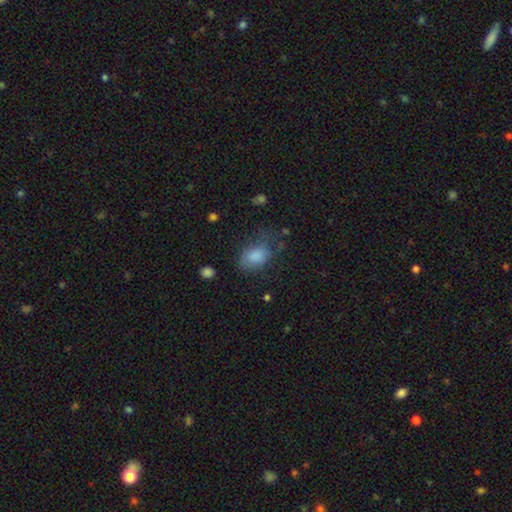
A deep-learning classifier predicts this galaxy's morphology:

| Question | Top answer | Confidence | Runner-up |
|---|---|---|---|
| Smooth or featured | smooth | 81% | featured or disk (10%) |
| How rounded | in between | 82% | round (17%) |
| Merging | none | 46% | minor disturbance (29%) |